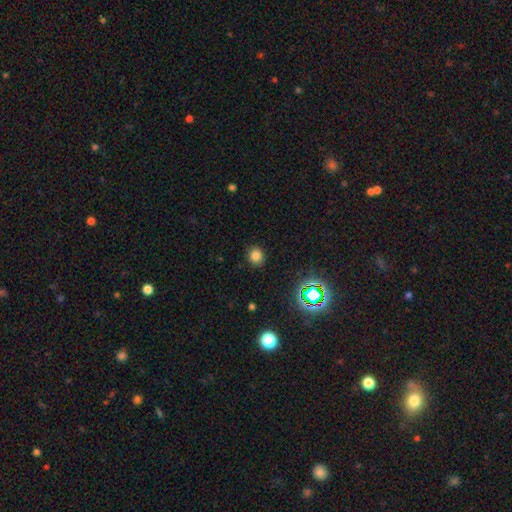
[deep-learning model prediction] Smooth or featured? Predicted: smooth (p=0.77). How rounded? Predicted: round (p=0.84). Merging? Predicted: none (p=0.89).